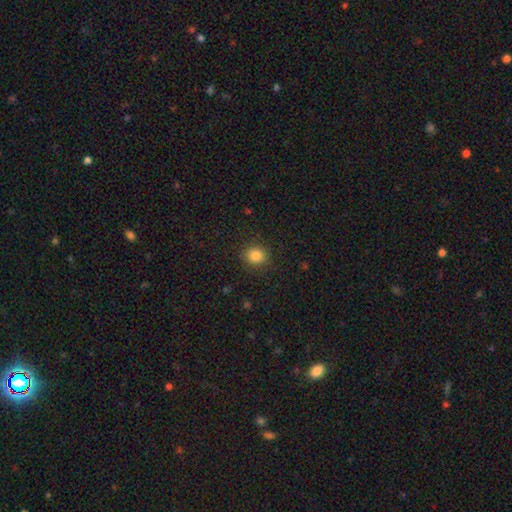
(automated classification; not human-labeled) A smooth galaxy with no disk features (84%) that is round (81%).

Vote fractions:
- Smooth or featured? smooth: 84% / star or artifact: 11% / featured or disk: 5%
- How rounded? round: 81% / in between: 18% / cigar-shaped: 1%
- Merging? none: 89% / minor disturbance: 8% / major disturbance: 3% / merger: 1%